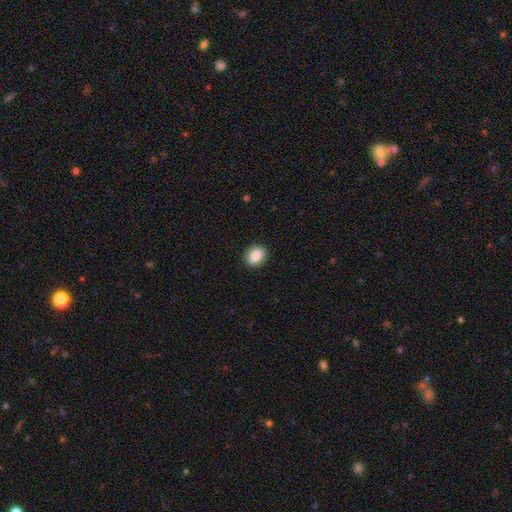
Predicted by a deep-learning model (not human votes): A smooth galaxy with no disk features (86%) that is round (52%).

Vote fractions:
- Smooth or featured? smooth: 86% / star or artifact: 8% / featured or disk: 7%
- How rounded? round: 52% / in between: 47% / cigar-shaped: 1%
- Merging? none: 88% / minor disturbance: 8% / major disturbance: 2% / merger: 1%